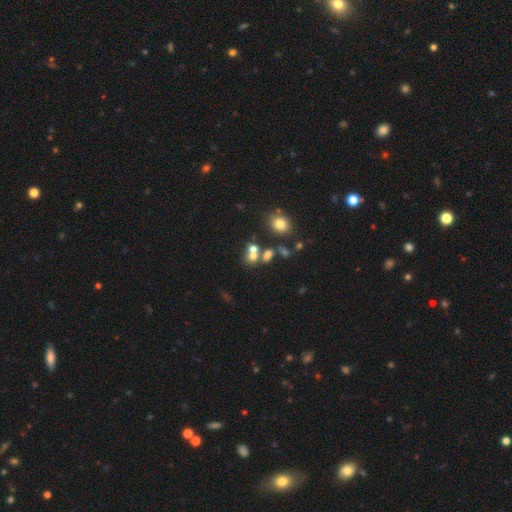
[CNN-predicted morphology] smooth_or_featured: smooth (p=0.58) [alt: star or artifact p=0.23]
how_rounded: round (p=0.58) [alt: in between p=0.40]
merging: merger (p=0.42) [tied with: none p=0.42]